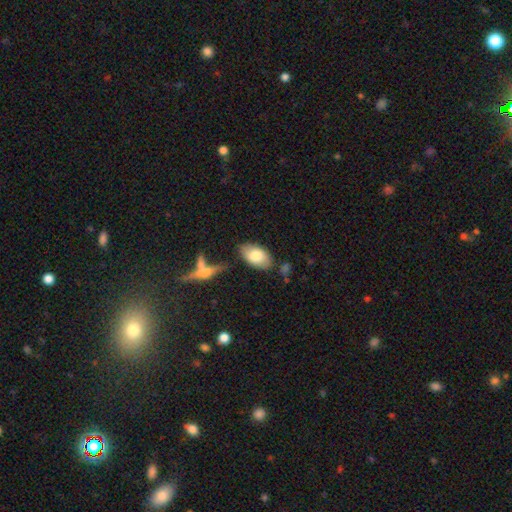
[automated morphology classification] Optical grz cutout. It shows a smooth galaxy with no disk features (77%) that is in between round and cigar-shaped (94%). Merging: none (79%).